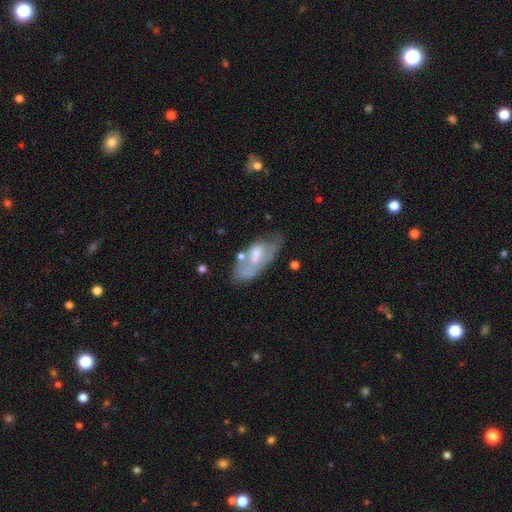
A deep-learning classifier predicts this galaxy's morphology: A featured or disk galaxy (48%).

Vote fractions:
- Smooth or featured? featured or disk: 48% / smooth: 45% / star or artifact: 7%
- Merging? none: 39% / minor disturbance: 30% / major disturbance: 19% / merger: 12%